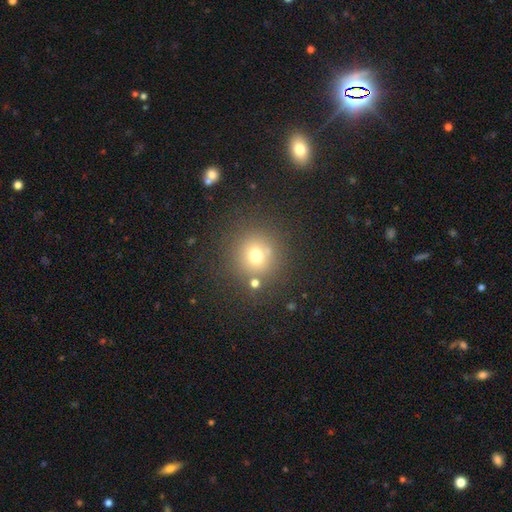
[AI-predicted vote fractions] This is likely a smooth galaxy (69%). How rounded: clearly round (93%). Merging: likely none (79%).